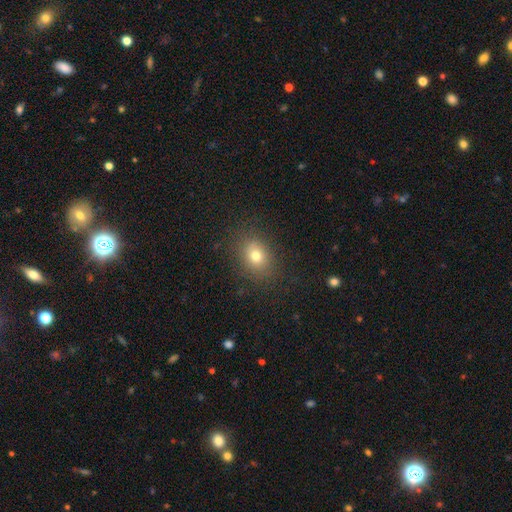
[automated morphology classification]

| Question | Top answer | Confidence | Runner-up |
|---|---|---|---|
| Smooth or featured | smooth | 75% | star or artifact (14%) |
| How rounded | in between | 51% | round (48%) |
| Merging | none | 84% | minor disturbance (11%) |